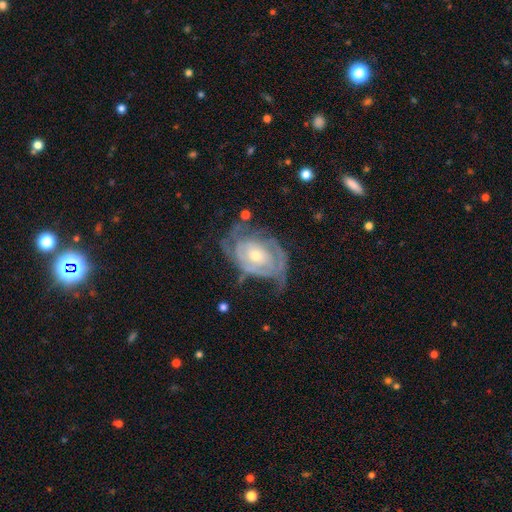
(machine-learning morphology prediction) This is clearly a featured or disk galaxy (82%). It is clearly not viewed edge-on (96%). Bar: likely no (74%). Spiral arm pattern: clearly yes (86%). Spiral arm count: marginally can't tell (40%). Spiral winding: likely tight (65%). Central bulge: possibly small (48%). Merging: possibly none (46%).